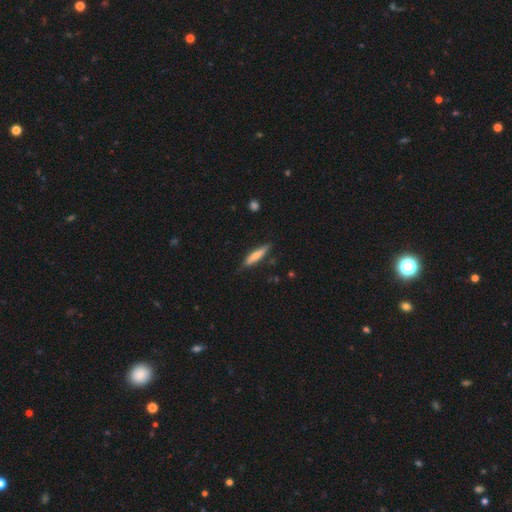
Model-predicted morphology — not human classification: Smooth or featured? Predicted: smooth (p=0.59). How rounded? Predicted: cigar-shaped (p=0.85). Merging? Predicted: none (p=0.81).